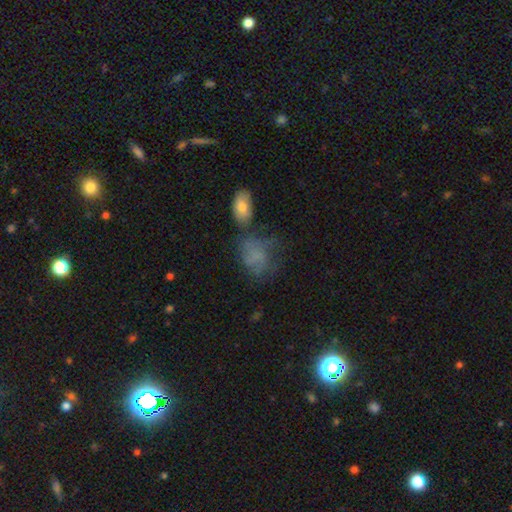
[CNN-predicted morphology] smooth_or_featured: smooth (p=0.58) [alt: featured or disk p=0.28]
how_rounded: in between (p=0.67) [alt: round p=0.32]
merging: none (p=0.35) [alt: major disturbance p=0.28]